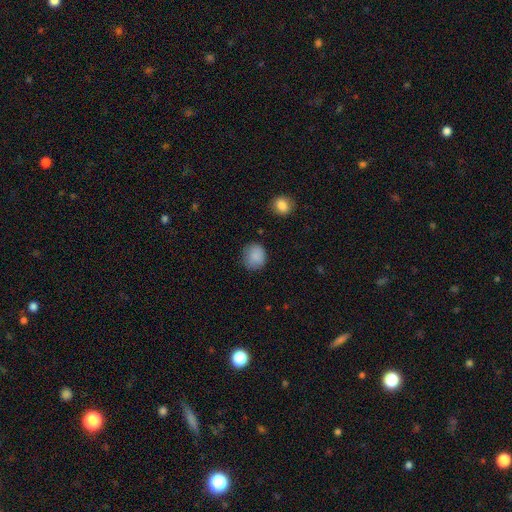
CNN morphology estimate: Overall: smooth (87%). How rounded: round (80%). Merging: none (79%).